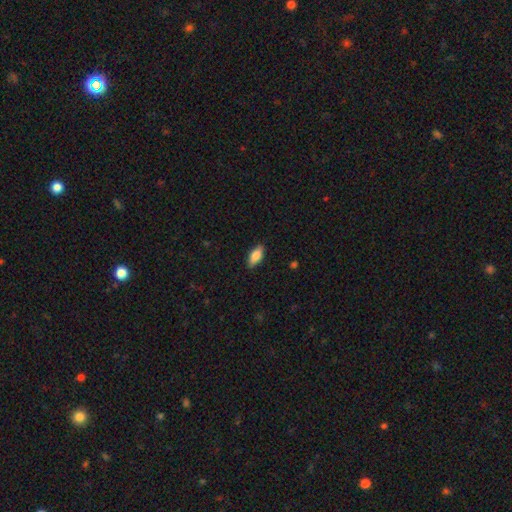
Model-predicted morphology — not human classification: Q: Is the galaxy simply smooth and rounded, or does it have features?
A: smooth — 83%.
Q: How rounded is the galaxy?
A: in between — 85%.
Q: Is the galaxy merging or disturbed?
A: none — 87%.